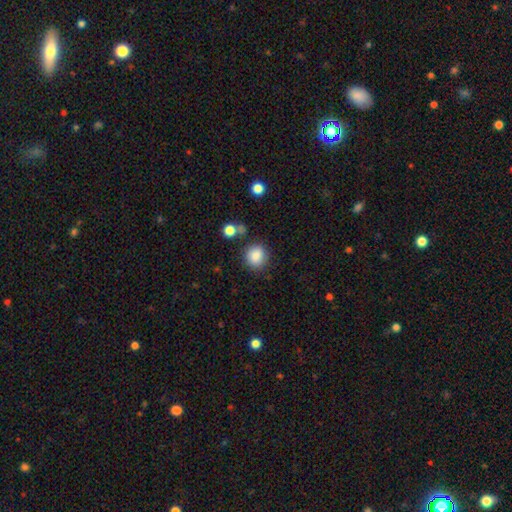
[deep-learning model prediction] A smooth galaxy with no disk features (86%) that is round (83%). Merging: none (81%).